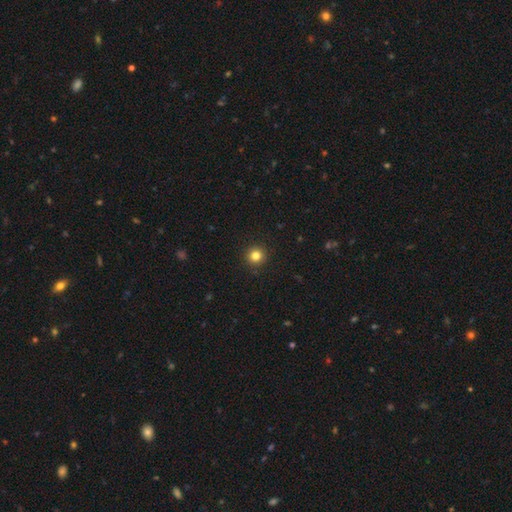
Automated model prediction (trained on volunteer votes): Q: Smooth or featured?
A: smooth (82%); runner-up: star or artifact (13%)
Q: How rounded?
A: round (95%); runner-up: in between (4%)
Q: Merging?
A: none (93%); runner-up: minor disturbance (4%)